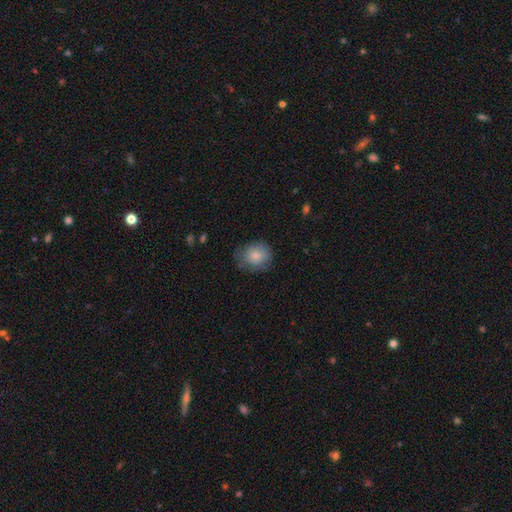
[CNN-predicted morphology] Smooth or featured? Predicted: smooth (p=0.81). How rounded? Predicted: round (p=0.68). Merging? Predicted: none (p=0.67).